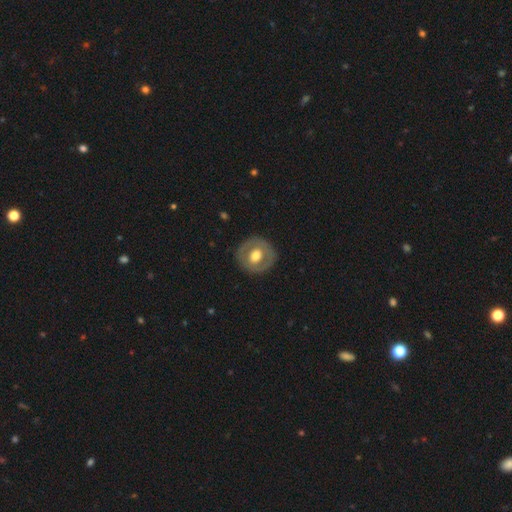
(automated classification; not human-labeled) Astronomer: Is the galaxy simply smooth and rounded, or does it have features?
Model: featured or disk — 48% (runner-up: smooth, 47%).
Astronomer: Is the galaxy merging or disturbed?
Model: none — 85%.